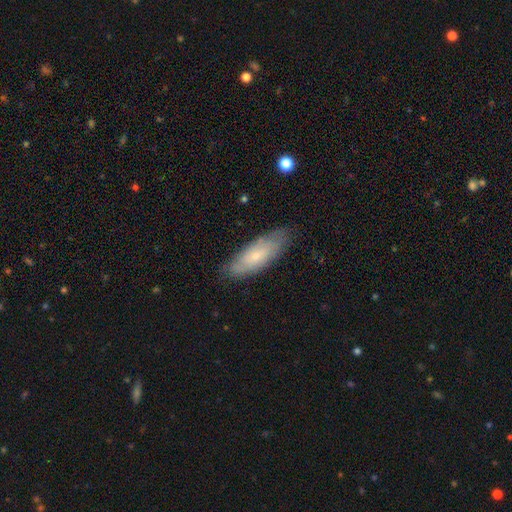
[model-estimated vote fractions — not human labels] A smooth galaxy with no disk features (52%) that is in between round and cigar-shaped (65%).

Vote fractions:
- Smooth or featured? smooth: 52% / featured or disk: 41% / star or artifact: 7%
- How rounded? in between: 65% / cigar-shaped: 32% / round: 2%
- Merging? none: 77% / minor disturbance: 18% / major disturbance: 4% / merger: 1%